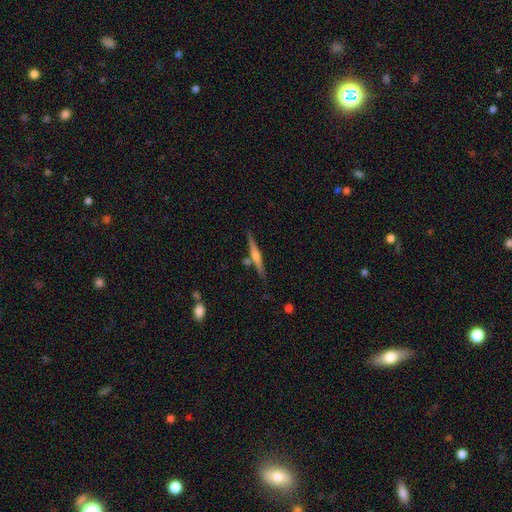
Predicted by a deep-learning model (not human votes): This appears to be a featured or disk galaxy (65%) viewed edge-on (98%) with a rounded central bulge (76%). Merging: none (81%).